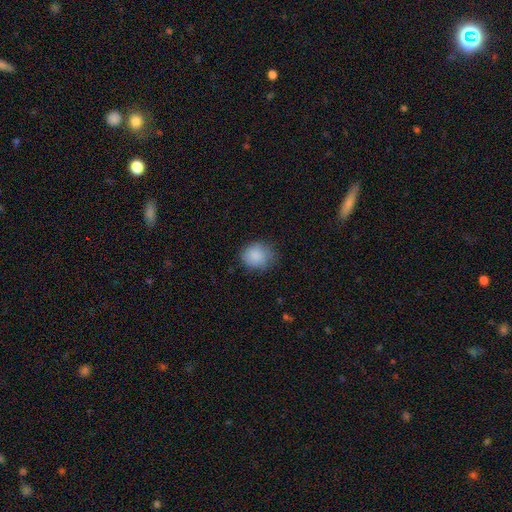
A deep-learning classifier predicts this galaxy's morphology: smooth_or_featured: smooth (p=0.87) [alt: star or artifact p=0.08]
how_rounded: round (p=0.74) [alt: in between p=0.26]
merging: none (p=0.72) [alt: minor disturbance p=0.22]